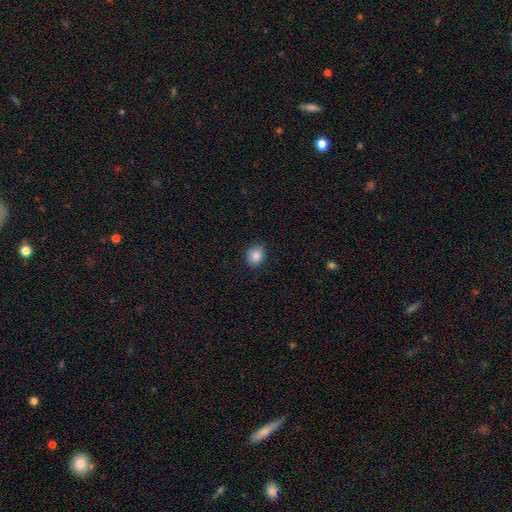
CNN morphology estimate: Q: Smooth or featured?
A: smooth (86%); runner-up: star or artifact (9%)
Q: How rounded?
A: round (59%); runner-up: in between (40%)
Q: Merging?
A: none (86%); runner-up: minor disturbance (11%)